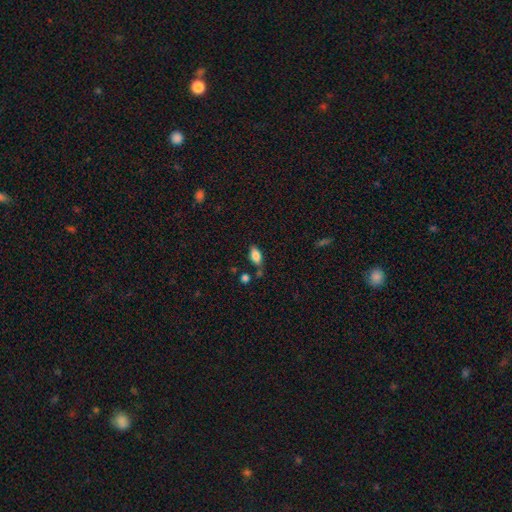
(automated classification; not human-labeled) This appears to be a smooth galaxy with no disk features (80%) that is in between round and cigar-shaped (88%). Merging: none (71%).